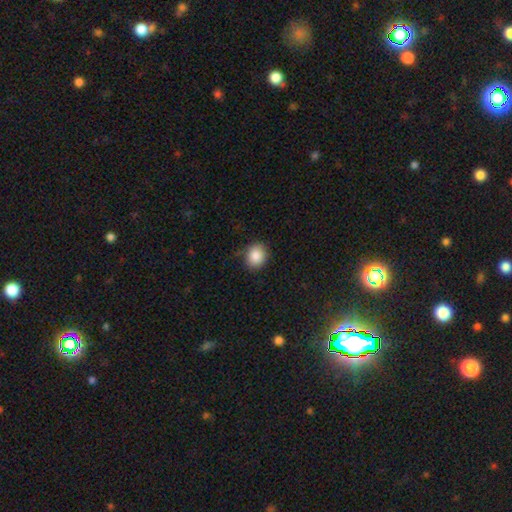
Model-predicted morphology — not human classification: smooth 86%, star or artifact 9%, featured or disk 5%. Down the decision tree: how rounded — round (63%); merging — none (82%).